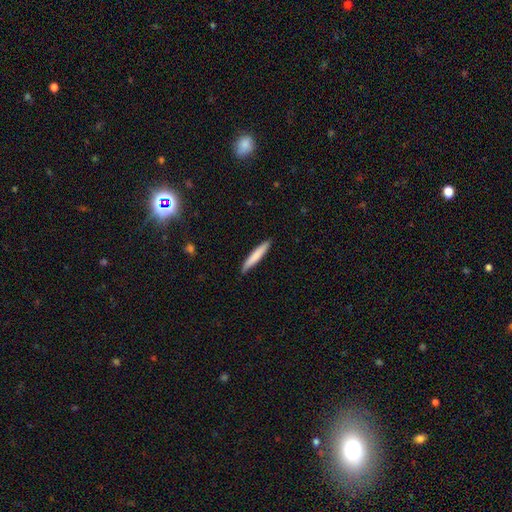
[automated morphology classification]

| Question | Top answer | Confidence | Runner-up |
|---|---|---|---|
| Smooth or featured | smooth | 76% | featured or disk (19%) |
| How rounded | cigar-shaped | 93% | in between (6%) |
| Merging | none | 87% | minor disturbance (11%) |